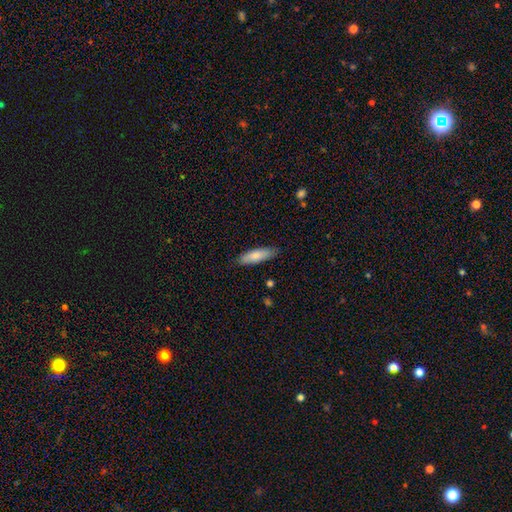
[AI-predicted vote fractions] Smooth or featured?
  - smooth: 79% *
  - featured or disk: 15%
  - star or artifact: 6%
How rounded?
  - in between: 53% *
  - cigar-shaped: 46%
  - round: 2%
Merging?
  - none: 83% *
  - minor disturbance: 14%
  - major disturbance: 2%
  - merger: 1%